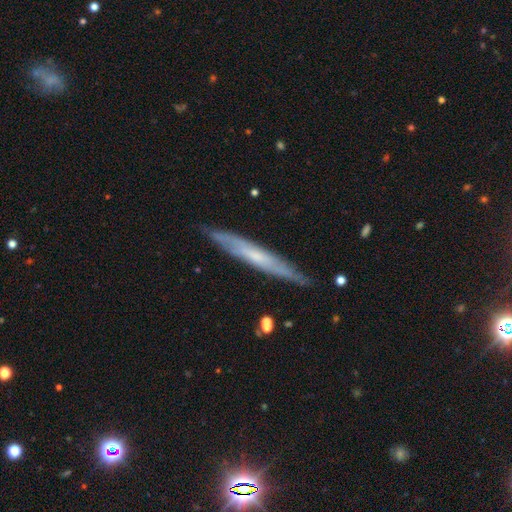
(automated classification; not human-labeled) This appears to be a featured or disk galaxy (60%) viewed edge-on (85%) with no central bulge (66%). Merging: none (84%).